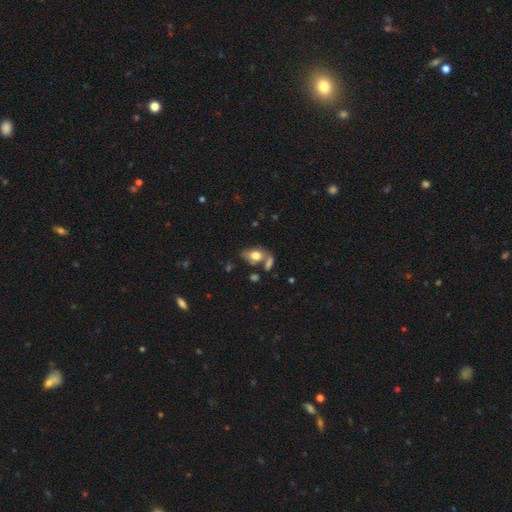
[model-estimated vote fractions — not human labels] Q: Smooth or featured?
A: smooth (70%); runner-up: featured or disk (21%)
Q: How rounded?
A: in between (83%); runner-up: round (14%)
Q: Merging?
A: none (49%); runner-up: merger (26%)